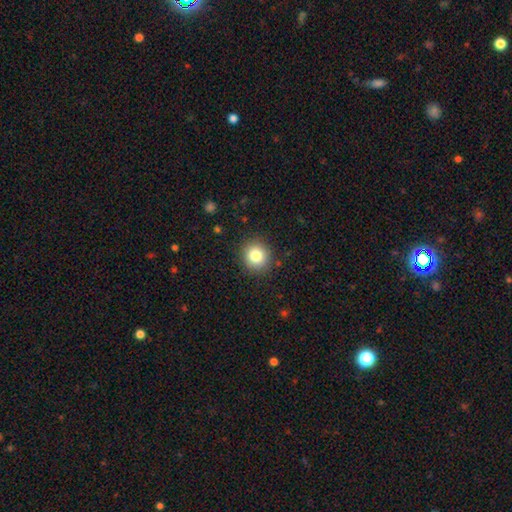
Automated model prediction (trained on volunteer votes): The model was most divided on "smooth or featured": smooth: 82%, star or artifact: 11%, featured or disk: 7%. More confident: how rounded — round (91%); merging — none (90%).